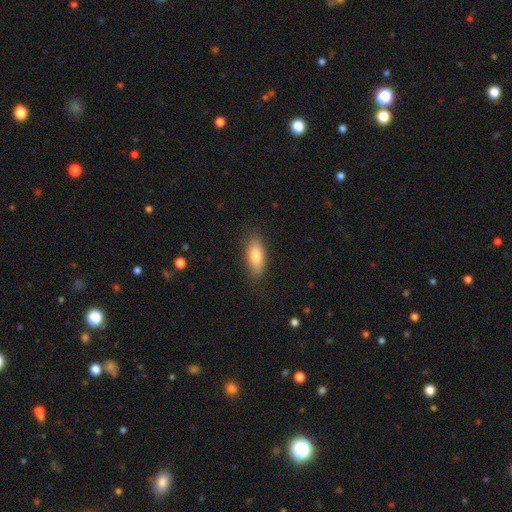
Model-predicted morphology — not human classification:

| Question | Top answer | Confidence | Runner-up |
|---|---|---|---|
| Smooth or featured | smooth | 79% | featured or disk (15%) |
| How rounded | in between | 77% | cigar-shaped (20%) |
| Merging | none | 83% | minor disturbance (13%) |